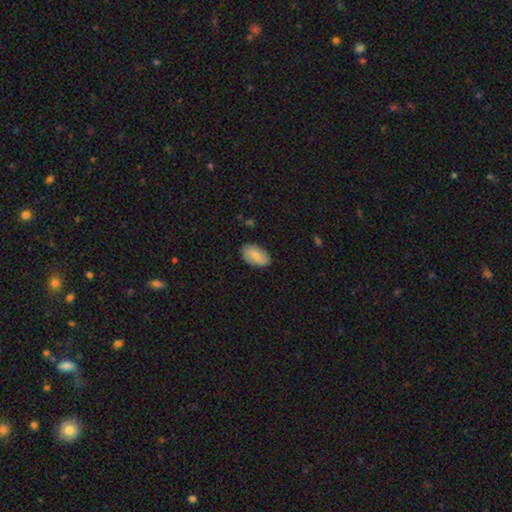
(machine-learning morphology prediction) Q: Smooth or featured?
A: smooth (72%); runner-up: featured or disk (22%)
Q: How rounded?
A: in between (93%); runner-up: round (5%)
Q: Merging?
A: none (85%); runner-up: minor disturbance (11%)